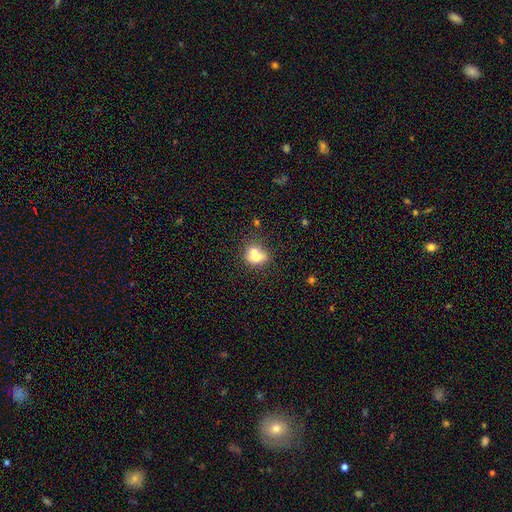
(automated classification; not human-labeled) A smooth galaxy with no disk features (67%) that is round (56%). Merging: merger (52%).